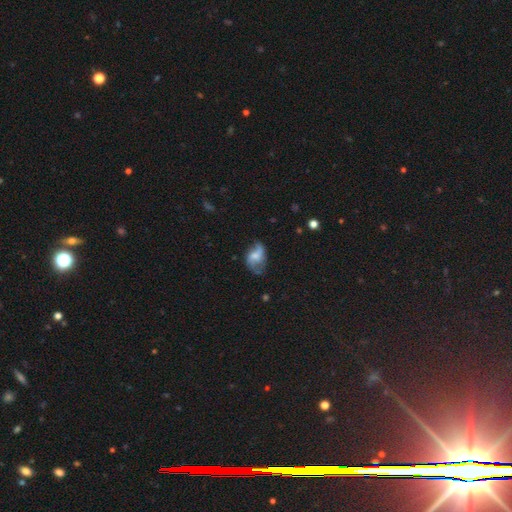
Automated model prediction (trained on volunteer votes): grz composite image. It shows a featured or disk galaxy (63%) with no bar (52%), 2 (84%) loose (67%) spiral arms (87%) and a moderate central bulge (38%). Merging: none (54%).